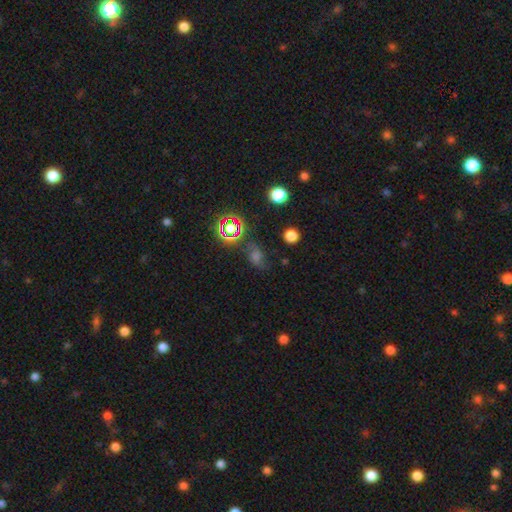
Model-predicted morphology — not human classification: This appears to be a star or artifact, not a galaxy (50%).